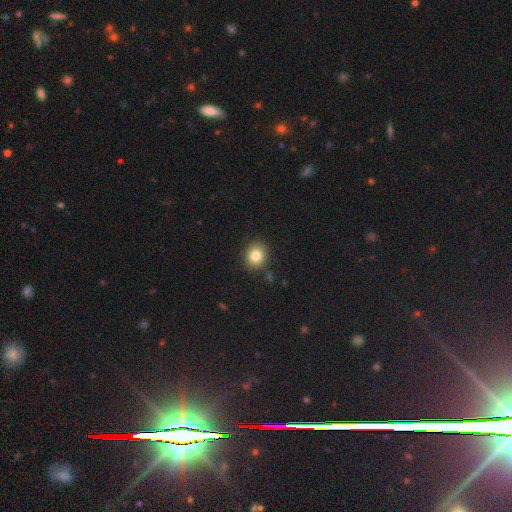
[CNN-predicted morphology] Smooth or featured? smooth (82%)
How rounded? round (67%)
Merging? none (87%)